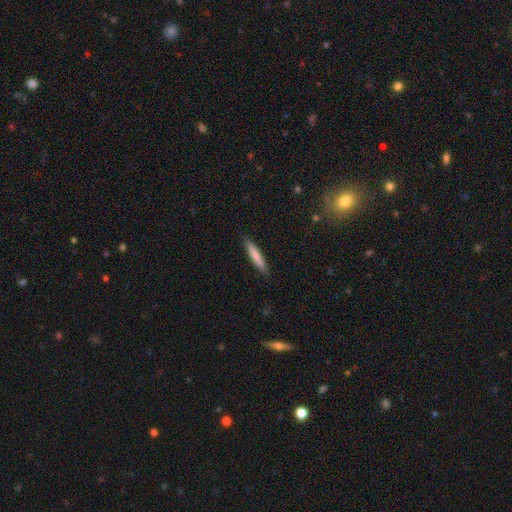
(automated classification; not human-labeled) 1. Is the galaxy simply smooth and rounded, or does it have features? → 78% smooth, 17% featured or disk, 6% star or artifact.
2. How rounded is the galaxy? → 92% cigar-shaped, 7% in between, 1% round.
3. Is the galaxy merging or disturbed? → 88% none, 9% minor disturbance, 2% major disturbance, 1% merger.